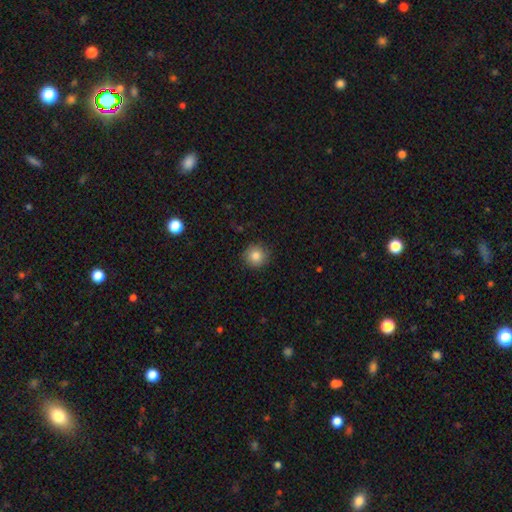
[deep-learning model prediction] smooth-or-featured: smooth: 85% | star or artifact: 10% | featured or disk: 6%
  how-rounded: round: 92% | in between: 7% | cigar-shaped: 1%
  merging: none: 87% | minor disturbance: 9% | major disturbance: 2% | merger: 1%